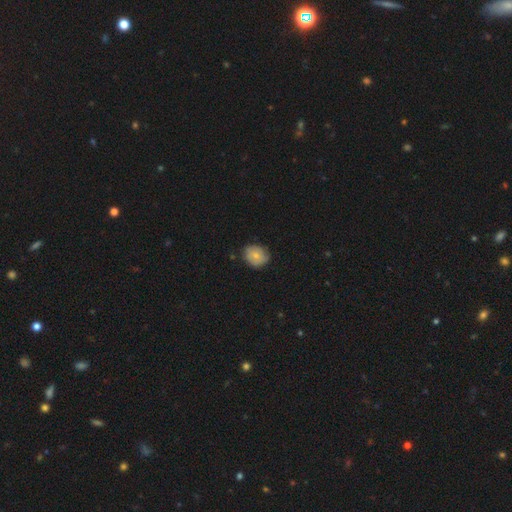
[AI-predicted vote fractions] smooth_or_featured: smooth (p=0.68) [alt: featured or disk p=0.25]
how_rounded: round (p=0.66) [alt: in between p=0.33]
merging: none (p=0.74) [alt: minor disturbance p=0.21]